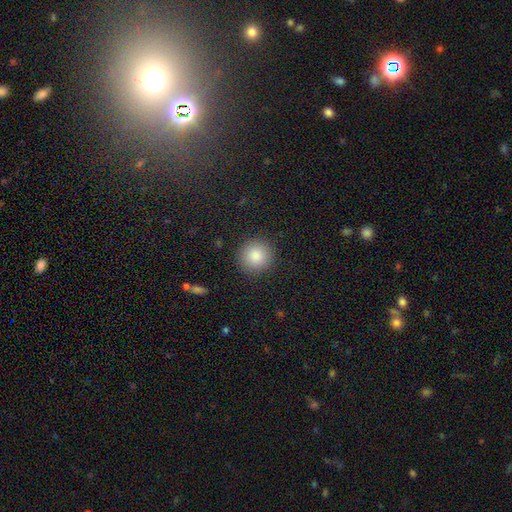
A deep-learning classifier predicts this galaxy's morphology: A smooth galaxy with no disk features (86%) that is round (94%). Merging: none (90%).